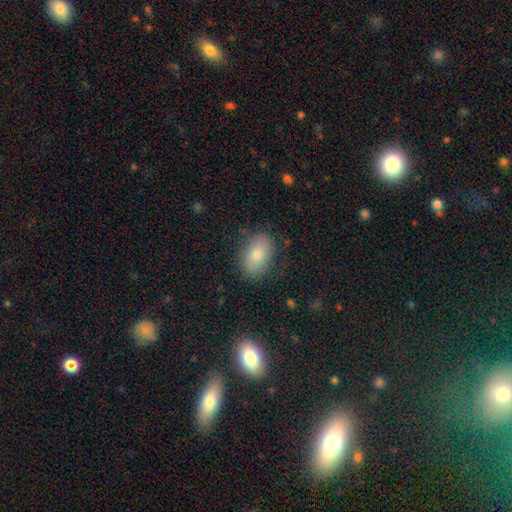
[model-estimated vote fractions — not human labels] smooth-or-featured: smooth: 79% | featured or disk: 12% | star or artifact: 9%
  how-rounded: in between: 87% | round: 11% | cigar-shaped: 2%
  merging: none: 83% | minor disturbance: 12% | major disturbance: 3% | merger: 1%